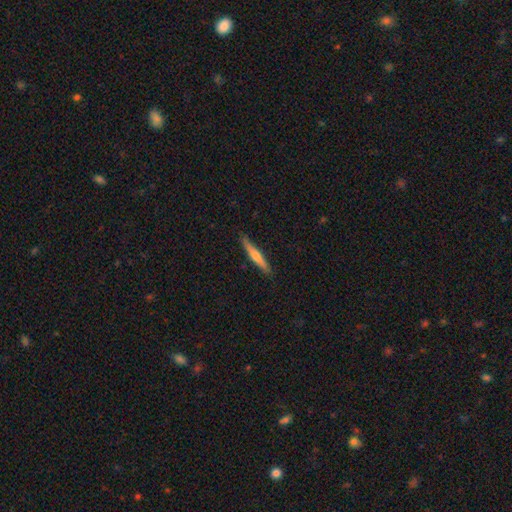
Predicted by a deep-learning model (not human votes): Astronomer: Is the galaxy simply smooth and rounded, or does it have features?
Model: featured or disk — 52% (runner-up: smooth, 43%).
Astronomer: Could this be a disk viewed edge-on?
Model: yes — 97%.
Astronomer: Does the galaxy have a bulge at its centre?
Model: rounded — 80%.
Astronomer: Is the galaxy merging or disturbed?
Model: none — 88%.